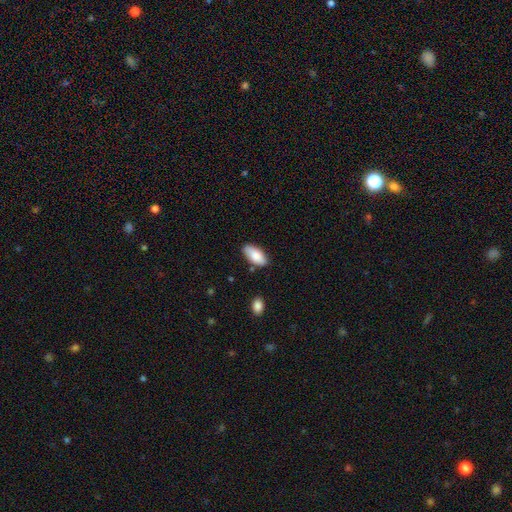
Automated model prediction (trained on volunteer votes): The model was most divided on "merging": none: 79%, minor disturbance: 15%, merger: 3%, major disturbance: 3%. More confident: how rounded — in between (91%); smooth or featured — smooth (84%).